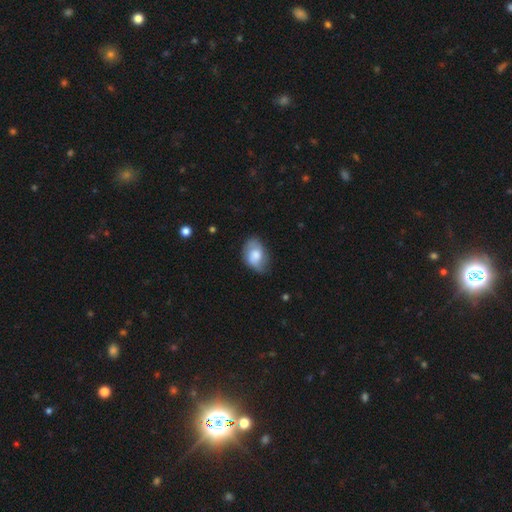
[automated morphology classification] type=smooth (68%); roundness=in between (85%); merging=none (61%).